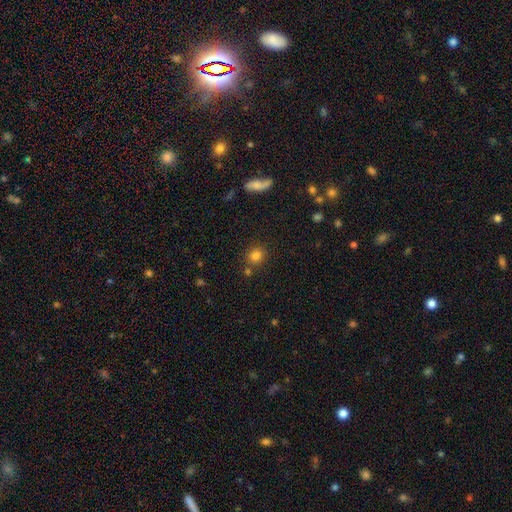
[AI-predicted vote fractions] This appears to be a smooth galaxy with no disk features (81%) that is round (81%). Merging: none (77%).